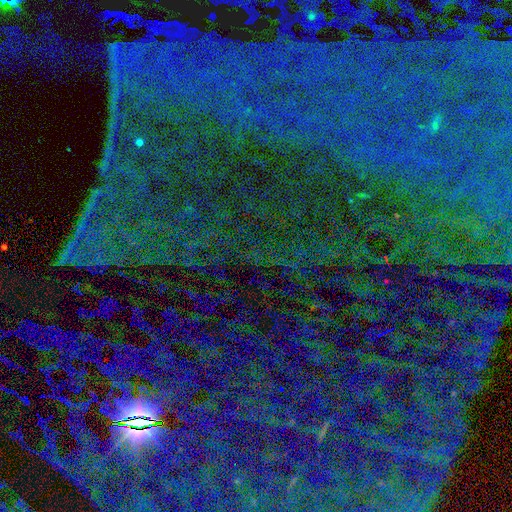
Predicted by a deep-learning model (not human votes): smooth-or-featured: star or artifact: 80% | smooth: 12% | featured or disk: 8%